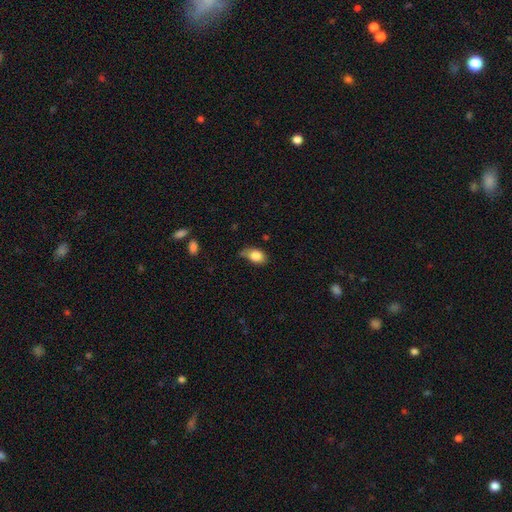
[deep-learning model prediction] Smooth or featured? Predicted: smooth (p=0.84). How rounded? Predicted: in between (p=0.81). Merging? Predicted: none (p=0.49).